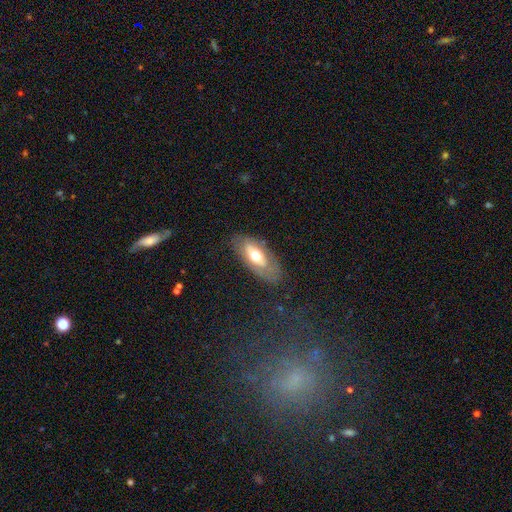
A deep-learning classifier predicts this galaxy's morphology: A smooth galaxy with no disk features (48%).

Vote fractions:
- Smooth or featured? smooth: 48% / featured or disk: 45% / star or artifact: 7%
- Merging? none: 72% / minor disturbance: 19% / major disturbance: 8% / merger: 1%